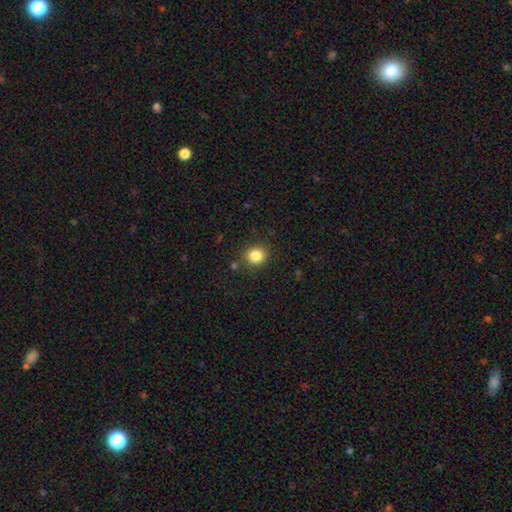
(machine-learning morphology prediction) smooth-or-featured: smooth: 84% | star or artifact: 11% | featured or disk: 5%
  how-rounded: round: 86% | in between: 13% | cigar-shaped: 1%
  merging: none: 87% | minor disturbance: 8% | major disturbance: 3% | merger: 2%